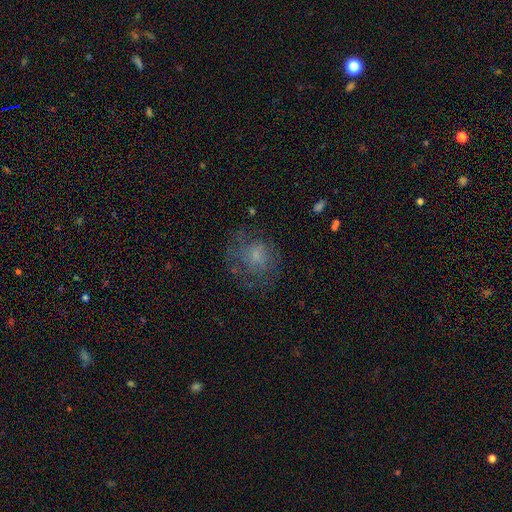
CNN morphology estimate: Smooth or featured?
  - smooth: 49% *
  - featured or disk: 38%
  - star or artifact: 13%
Merging?
  - none: 62% *
  - minor disturbance: 19%
  - major disturbance: 17%
  - merger: 1%